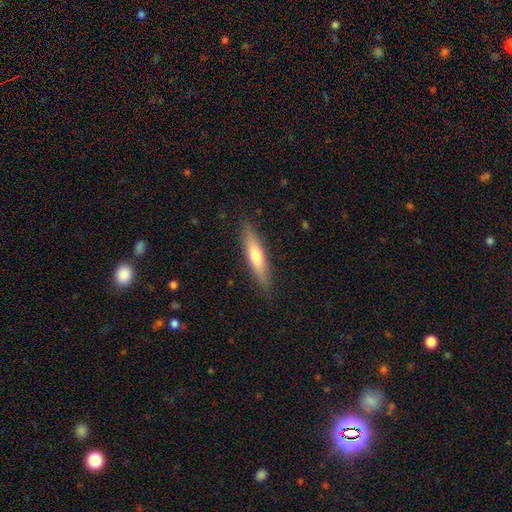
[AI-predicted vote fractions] The model was most divided on "smooth or featured": smooth: 57%, featured or disk: 37%, star or artifact: 6%. More confident: merging — none (86%); how rounded — cigar-shaped (79%).